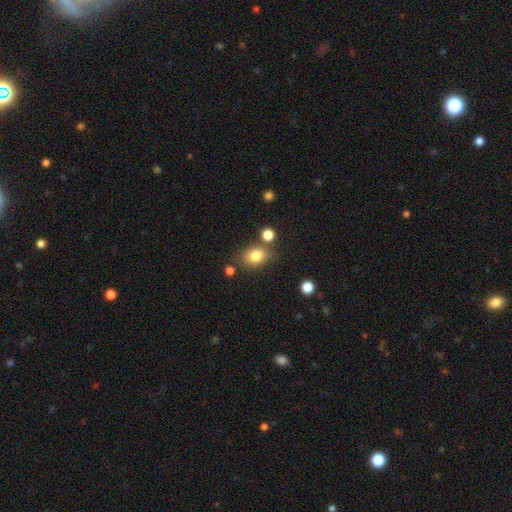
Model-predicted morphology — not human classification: Smooth or featured? Predicted: smooth (p=0.82). How rounded? Predicted: in between (p=0.63). Merging? Predicted: none (p=0.73).